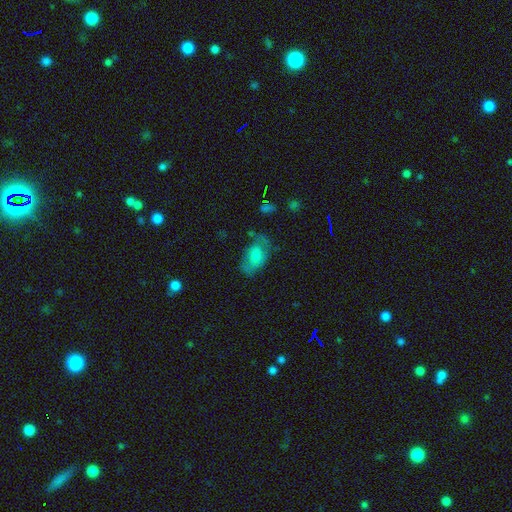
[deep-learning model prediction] This appears to be a smooth galaxy with no disk features (57%) that is in between round and cigar-shaped (87%). Merging: none (49%).